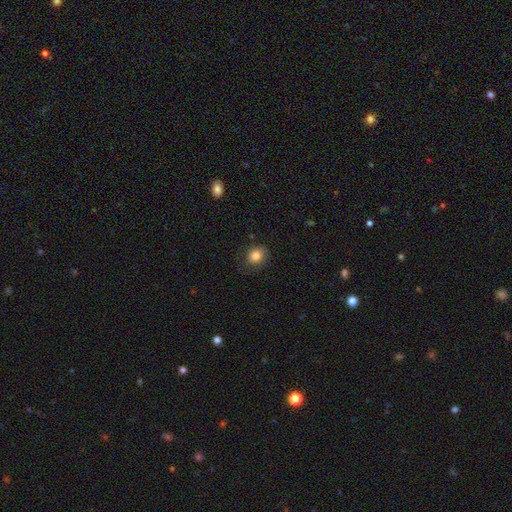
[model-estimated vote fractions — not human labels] The model was most divided on "how rounded": round: 67%, in between: 32%, cigar-shaped: 1%. More confident: smooth or featured — smooth (83%); merging — none (76%).